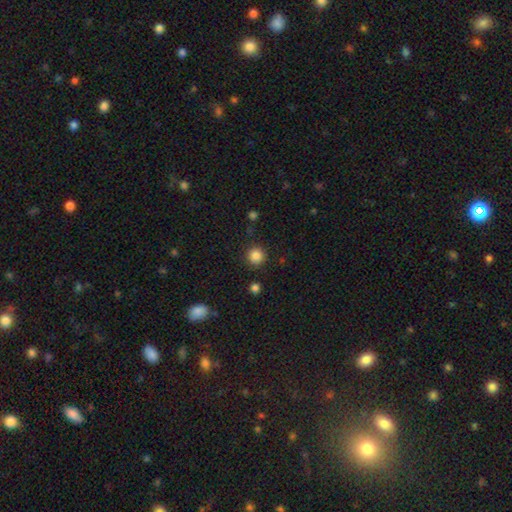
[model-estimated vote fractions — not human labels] smooth 85%, star or artifact 11%, featured or disk 4%. Down the decision tree: how rounded — round (95%); merging — none (90%).